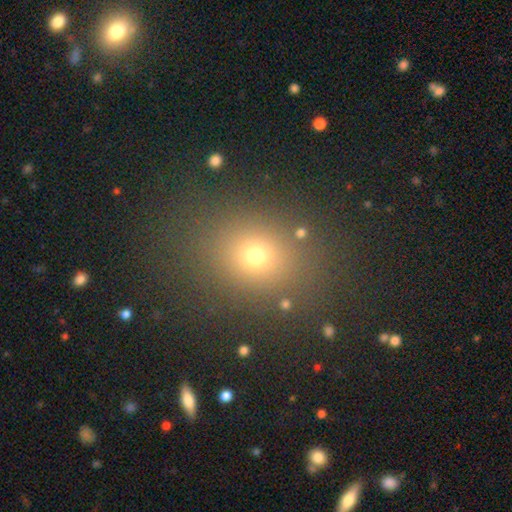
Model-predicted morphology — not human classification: Overall: smooth (67%). How rounded: round (57%; in between 42%). Merging: none (86%).